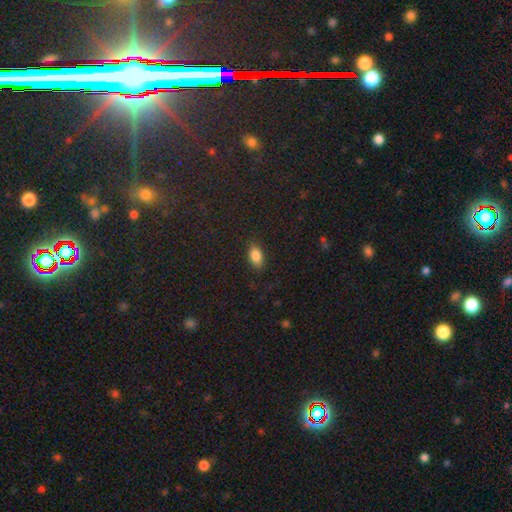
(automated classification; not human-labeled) smooth_or_featured: smooth (p=0.84) [alt: star or artifact p=0.09]
how_rounded: in between (p=0.90) [alt: round p=0.06]
merging: none (p=0.86) [alt: minor disturbance p=0.11]